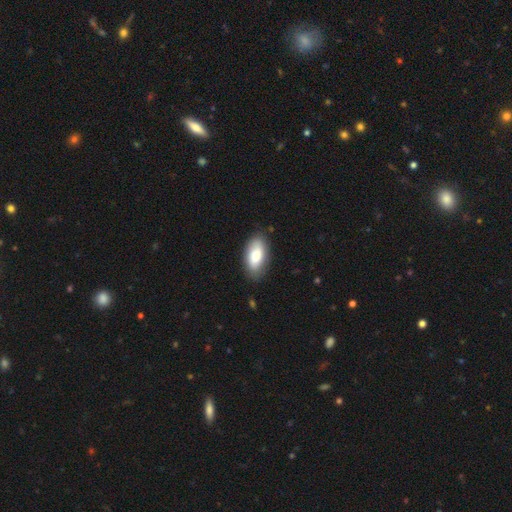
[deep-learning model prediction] This is clearly a smooth galaxy (81%). How rounded: clearly in between (91%). Merging: clearly none (82%).